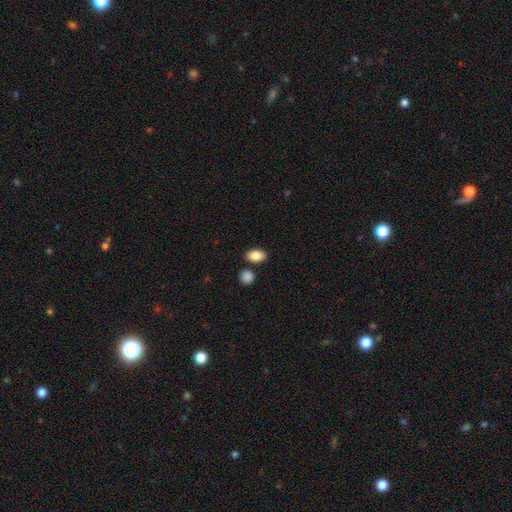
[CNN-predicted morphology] This is clearly a smooth galaxy (85%). How rounded: clearly in between (88%). Merging: clearly none (81%).